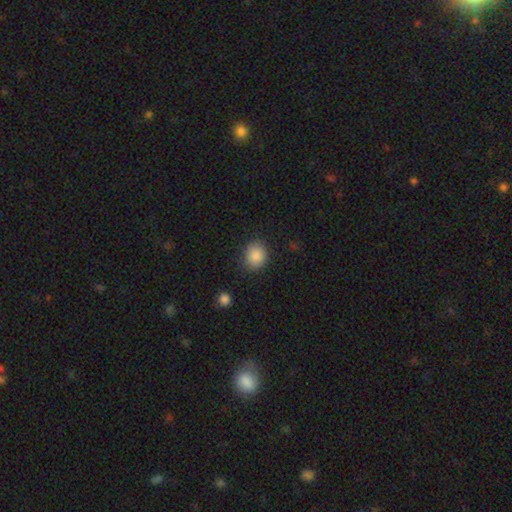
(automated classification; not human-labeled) Smooth or featured? smooth (87%)
How rounded? round (67%)
Merging? none (83%)